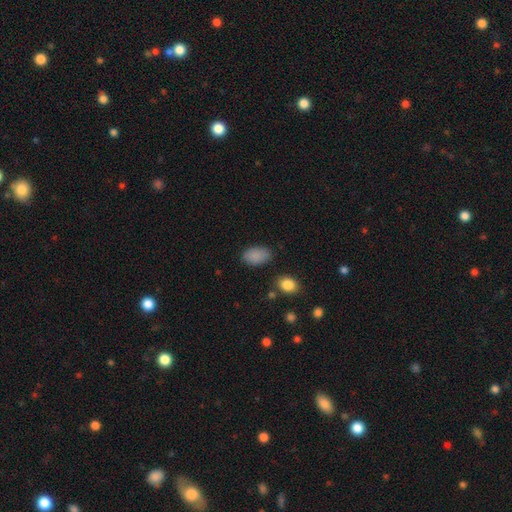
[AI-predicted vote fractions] Morphology: type=smooth (87%); roundness=in between (91%); merging=none (79%).